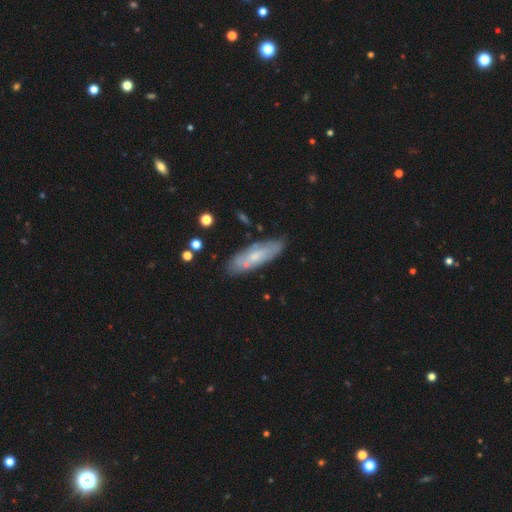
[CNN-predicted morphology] A smooth galaxy with no disk features (55%) that is in between round and cigar-shaped (52%). Merging: none (76%).